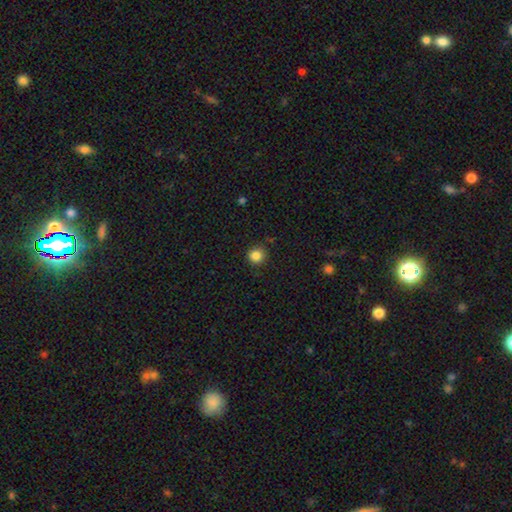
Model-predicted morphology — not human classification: Smooth or featured?
  - smooth: 85% *
  - star or artifact: 11%
  - featured or disk: 4%
How rounded?
  - round: 93% *
  - in between: 6%
  - cigar-shaped: 1%
Merging?
  - none: 88% *
  - minor disturbance: 8%
  - major disturbance: 2%
  - merger: 1%